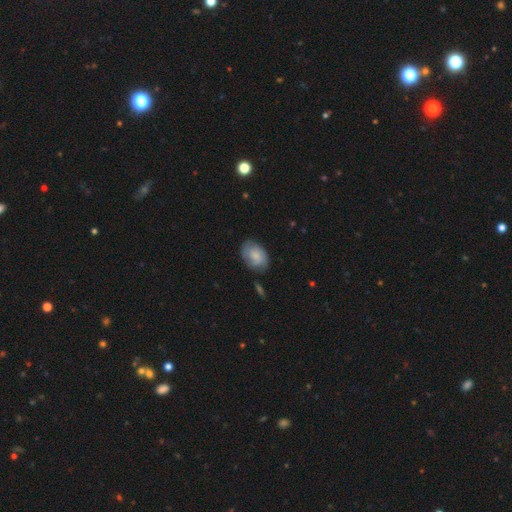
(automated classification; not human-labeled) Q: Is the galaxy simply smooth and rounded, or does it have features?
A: smooth — 55%.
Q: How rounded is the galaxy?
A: in between — 84%.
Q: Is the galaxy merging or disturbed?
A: none — 73%.